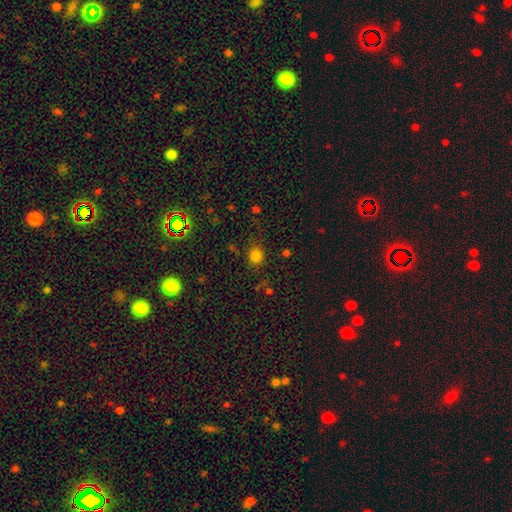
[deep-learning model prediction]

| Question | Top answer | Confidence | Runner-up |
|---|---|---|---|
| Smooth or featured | smooth | 78% | star or artifact (17%) |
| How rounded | round | 75% | in between (23%) |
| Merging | none | 79% | minor disturbance (13%) |